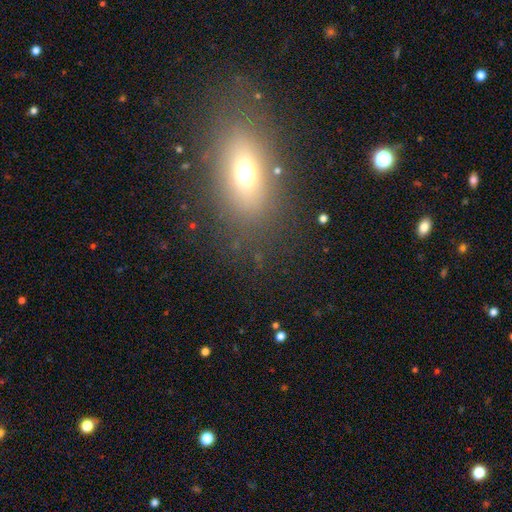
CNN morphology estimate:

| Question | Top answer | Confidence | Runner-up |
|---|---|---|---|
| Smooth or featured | smooth | 59% | featured or disk (22%) |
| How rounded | in between | 79% | round (13%) |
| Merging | none | 83% | minor disturbance (10%) |